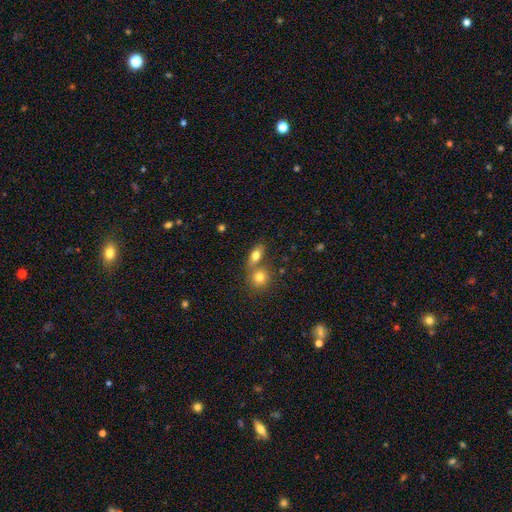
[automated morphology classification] Smooth or featured? smooth (78%)
How rounded? in between (76%)
Merging? merger (46%)